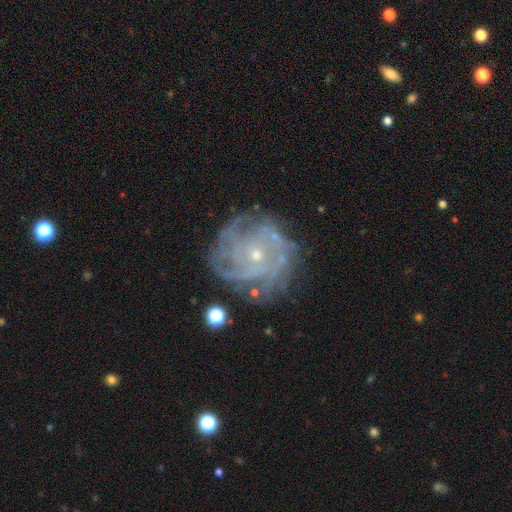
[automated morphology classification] Overall: featured or disk (82%). Edge-on disk: no (97%). Bar: no (79%). Spiral arms: yes (88%). Spiral arm count: can't tell (38%; 4 21%). Spiral winding: tight (61%; medium 29%). Bulge size: small (72%). Merging: none (70%).